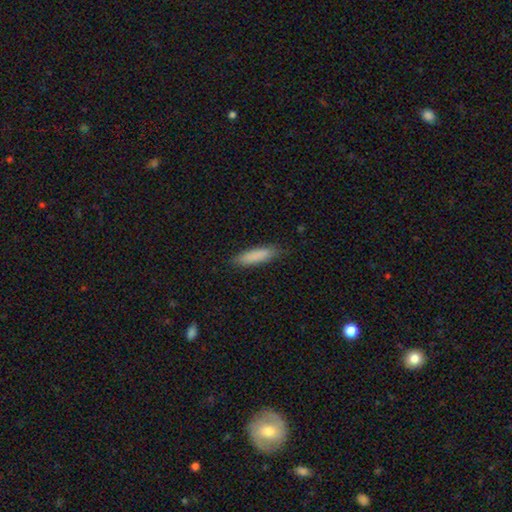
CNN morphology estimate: smooth 85%, featured or disk 8%, star or artifact 6%. Down the decision tree: how rounded — cigar-shaped (74%); merging — none (84%).